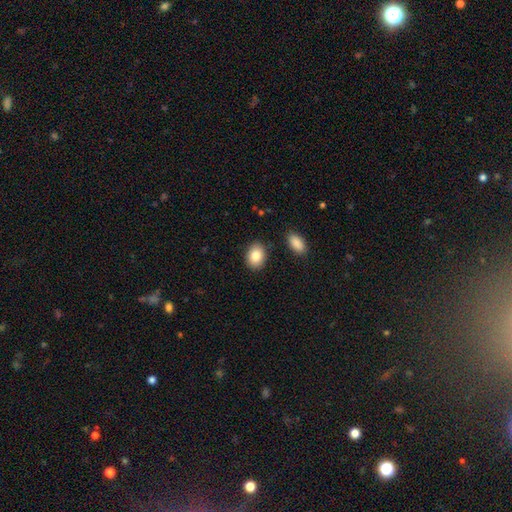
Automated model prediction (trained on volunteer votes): The model was most divided on "how rounded": in between: 75%, round: 24%, cigar-shaped: 1%. More confident: smooth or featured — smooth (86%); merging — none (85%).